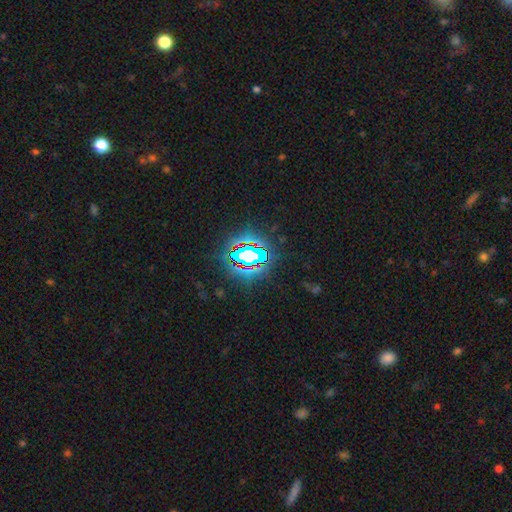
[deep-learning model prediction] The model was most divided on "smooth or featured": star or artifact: 76%, smooth: 13%, featured or disk: 11%.